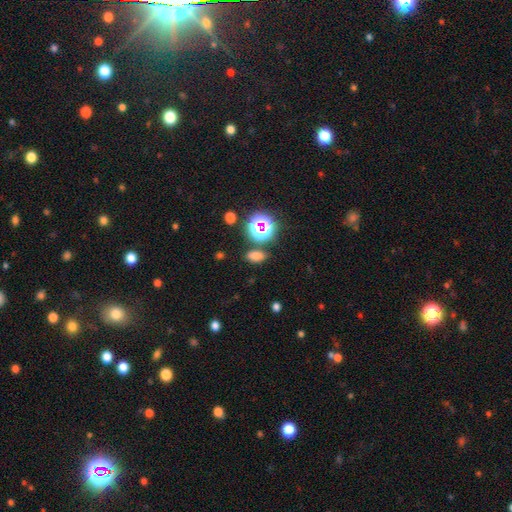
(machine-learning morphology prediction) smooth 70%, star or artifact 24%, featured or disk 7%. Down the decision tree: how rounded — in between (81%); merging — none (80%).